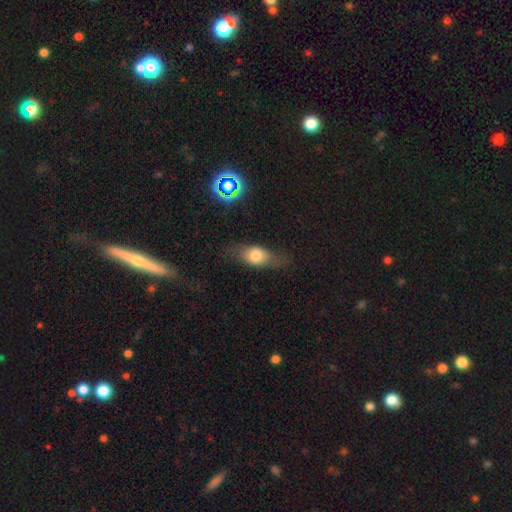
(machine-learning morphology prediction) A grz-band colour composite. It shows a smooth galaxy with no disk features (62%) that is in between round and cigar-shaped (67%). Merging: none (65%).